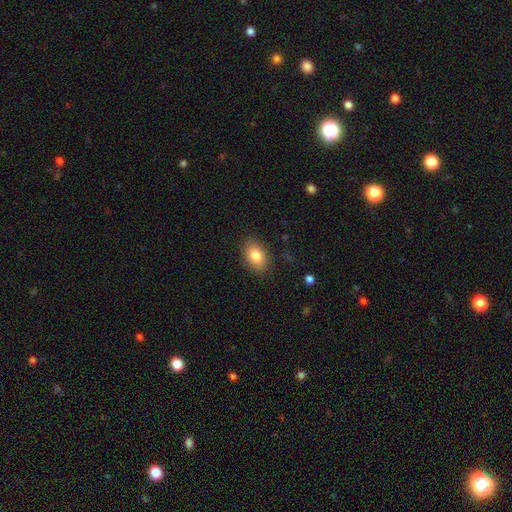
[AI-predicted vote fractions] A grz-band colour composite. It shows a smooth galaxy with no disk features (82%) that is in between round and cigar-shaped (85%). Merging: none (86%).